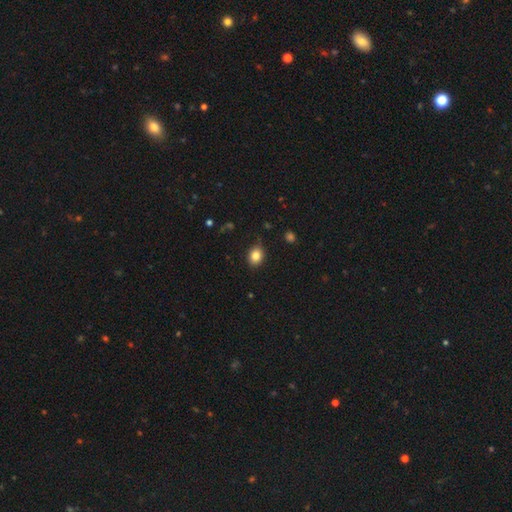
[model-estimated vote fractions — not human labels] This appears to be a smooth galaxy with no disk features (84%) that is in between round and cigar-shaped (58%). Merging: none (82%).